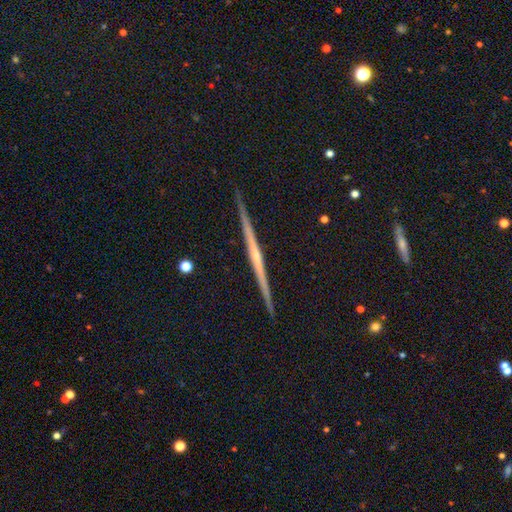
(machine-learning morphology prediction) Q: Smooth or featured?
A: featured or disk (77%); runner-up: smooth (13%)
Q: Edge-on disk?
A: yes (98%); runner-up: no (2%)
Q: Edge-on bulge?
A: none (49%); runner-up: rounded (43%)
Q: Merging?
A: none (92%); runner-up: minor disturbance (6%)